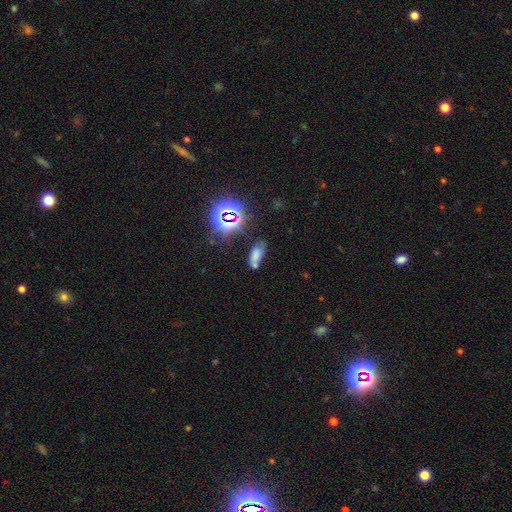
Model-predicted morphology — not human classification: Q: Smooth or featured?
A: smooth (56%); runner-up: star or artifact (27%)
Q: How rounded?
A: in between (82%); runner-up: cigar-shaped (12%)
Q: Merging?
A: none (45%); runner-up: minor disturbance (22%)